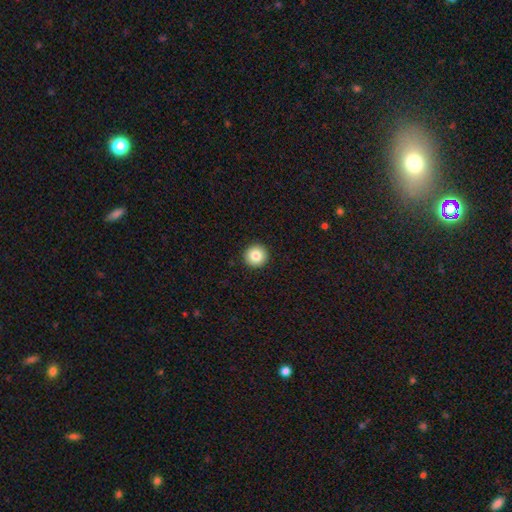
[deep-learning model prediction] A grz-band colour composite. It shows a smooth galaxy with no disk features (84%) that is round (96%). Merging: none (94%).